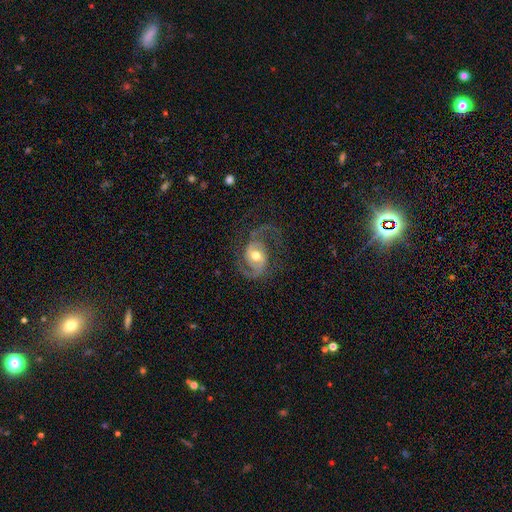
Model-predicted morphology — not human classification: smooth_or_featured: featured or disk (p=0.88) [alt: smooth p=0.07]
disk_edge_on: no (p=0.97) [alt: yes p=0.03]
bar: no (p=0.49) [alt: weak p=0.37]
has_spiral_arms: yes (p=0.97) [alt: no p=0.03]
spiral_winding: medium (p=0.51) [alt: loose p=0.33]
spiral_arm_count: 2 (p=0.88) [alt: 1 p=0.03]
bulge_size: moderate (p=0.74) [alt: large p=0.13]
merging: none (p=0.66) [alt: major disturbance p=0.17]